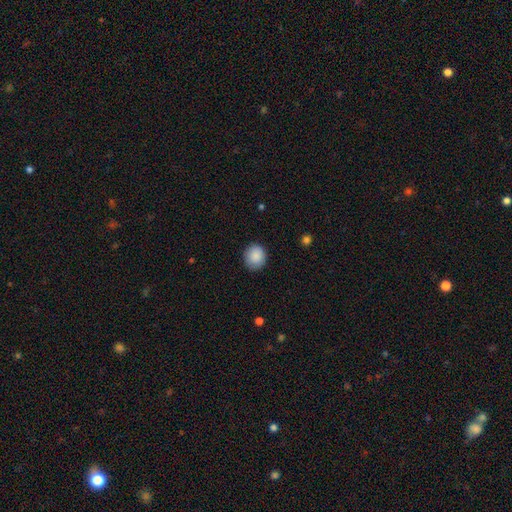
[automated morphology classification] A smooth galaxy with no disk features (89%) that is round (77%).

Vote fractions:
- Smooth or featured? smooth: 89% / star or artifact: 7% / featured or disk: 4%
- How rounded? round: 77% / in between: 22% / cigar-shaped: 1%
- Merging? none: 86% / minor disturbance: 11% / major disturbance: 2% / merger: 1%